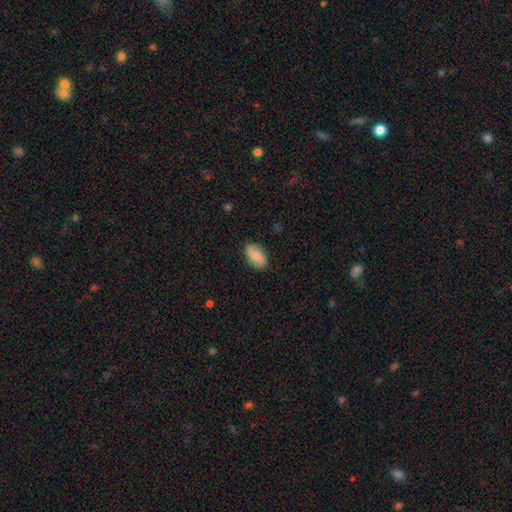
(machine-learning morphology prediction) smooth 72%, featured or disk 21%, star or artifact 7%. Down the decision tree: how rounded — in between (93%); merging — none (82%).